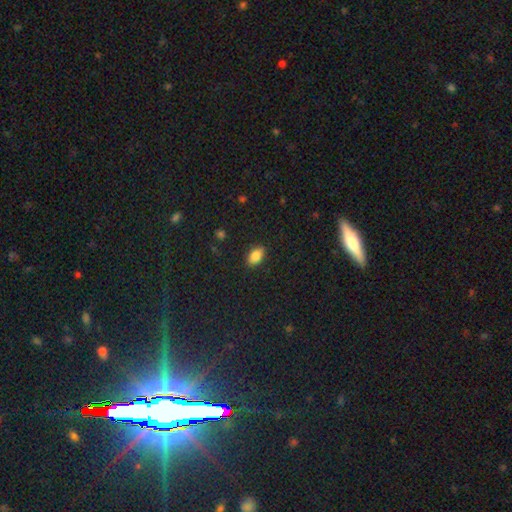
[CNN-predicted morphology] Q: Smooth or featured?
A: smooth (84%); runner-up: star or artifact (9%)
Q: How rounded?
A: in between (90%); runner-up: round (8%)
Q: Merging?
A: none (88%); runner-up: minor disturbance (9%)